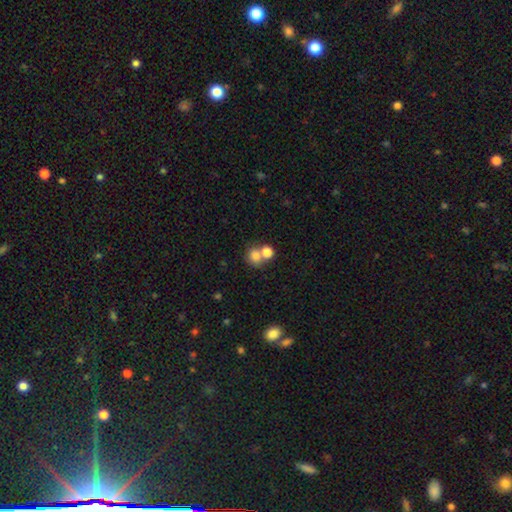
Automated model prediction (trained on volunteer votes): Overall: smooth (77%). How rounded: round (74%). Merging: merger (46%; none 42%).